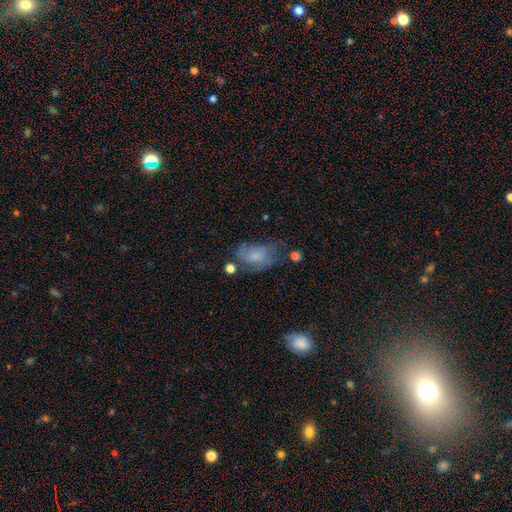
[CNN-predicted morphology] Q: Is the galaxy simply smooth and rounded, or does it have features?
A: smooth — 55%.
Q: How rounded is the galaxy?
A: in between — 85%.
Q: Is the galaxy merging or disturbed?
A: none — 38%.